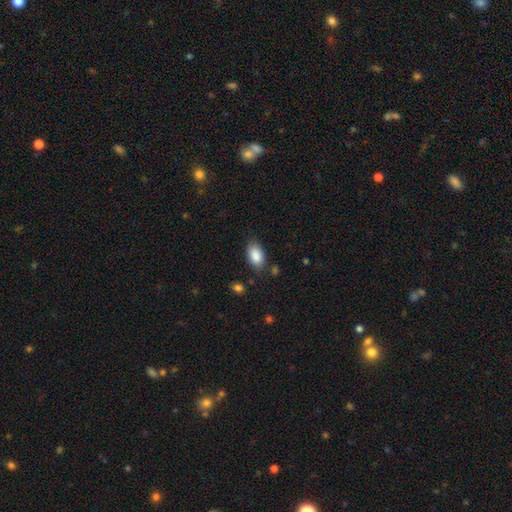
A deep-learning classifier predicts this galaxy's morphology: Q: Smooth or featured?
A: smooth (89%); runner-up: star or artifact (7%)
Q: How rounded?
A: in between (93%); runner-up: round (5%)
Q: Merging?
A: none (80%); runner-up: minor disturbance (15%)